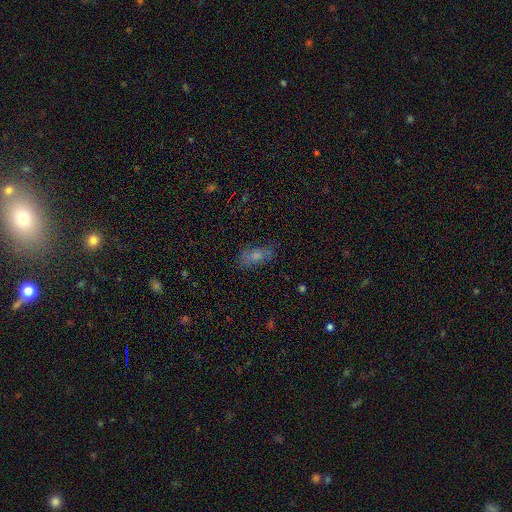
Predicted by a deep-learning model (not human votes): Q: Smooth or featured?
A: smooth (66%); runner-up: featured or disk (21%)
Q: How rounded?
A: in between (82%); runner-up: cigar-shaped (13%)
Q: Merging?
A: none (68%); runner-up: minor disturbance (22%)